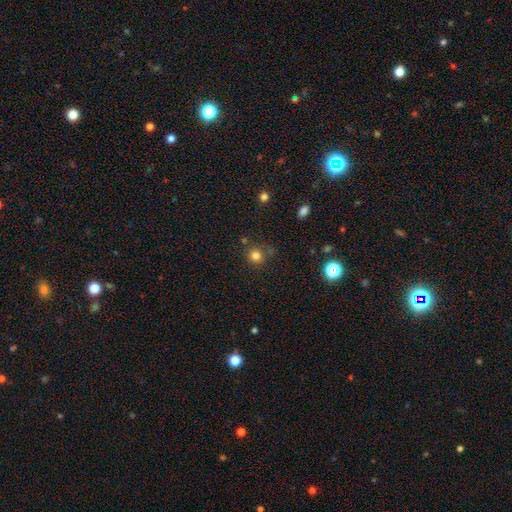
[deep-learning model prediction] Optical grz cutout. It shows a smooth galaxy with no disk features (79%) that is round (91%). Merging: none (76%).